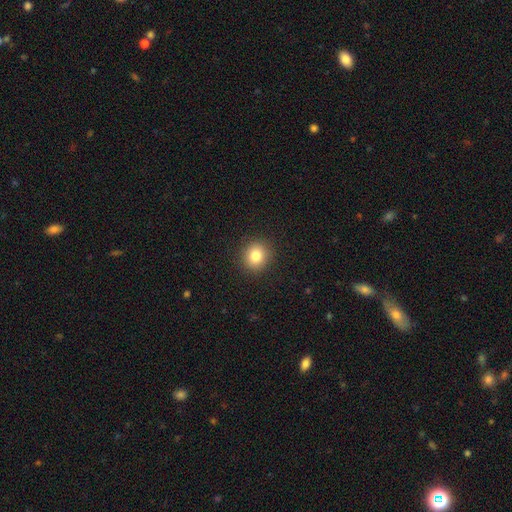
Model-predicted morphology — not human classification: This is clearly a smooth galaxy (82%). How rounded: clearly round (86%). Merging: clearly none (91%).